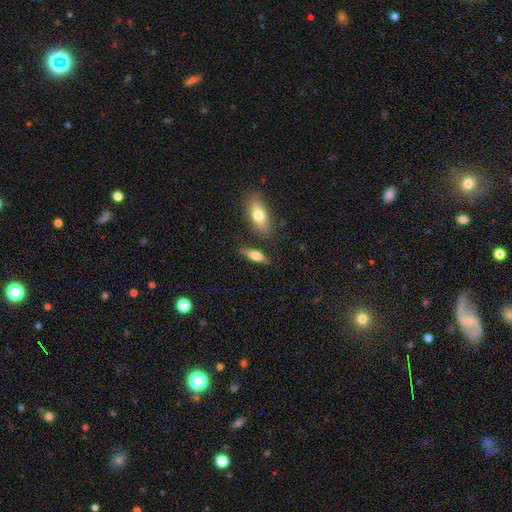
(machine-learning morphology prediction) Smooth or featured? Predicted: smooth (p=0.65). How rounded? Predicted: in between (p=0.58). Merging? Predicted: none (p=0.73).